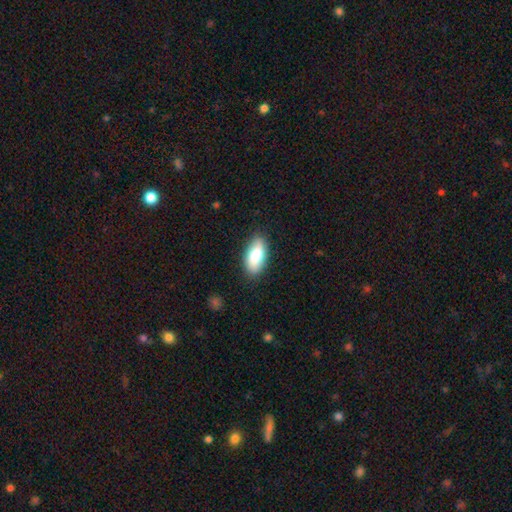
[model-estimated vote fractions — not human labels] Smooth or featured? smooth (81%)
How rounded? in between (89%)
Merging? none (84%)